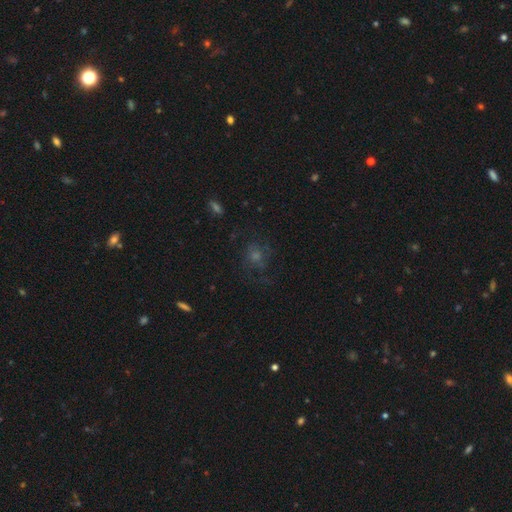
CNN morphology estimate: A smooth galaxy with no disk features (45%).

Vote fractions:
- Smooth or featured? smooth: 45% / featured or disk: 32% / star or artifact: 23%
- Merging? none: 59% / major disturbance: 20% / minor disturbance: 19% / merger: 2%